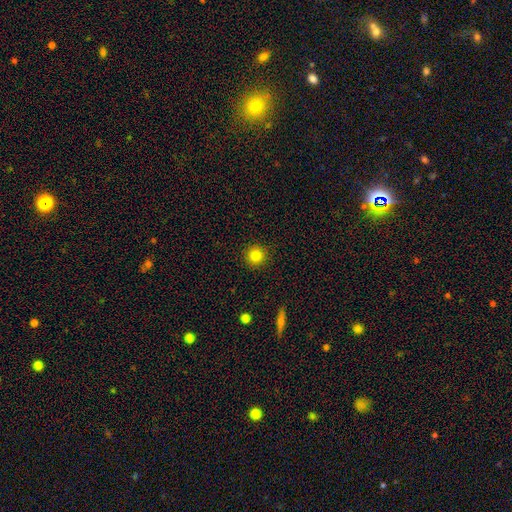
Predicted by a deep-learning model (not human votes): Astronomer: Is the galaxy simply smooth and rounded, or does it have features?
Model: smooth — 83%.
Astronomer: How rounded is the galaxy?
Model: round — 95%.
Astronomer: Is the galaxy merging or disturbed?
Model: none — 92%.